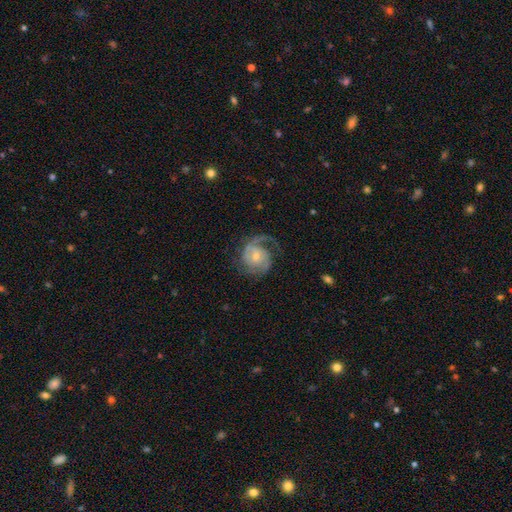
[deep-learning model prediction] Smooth or featured? Predicted: featured or disk (p=0.83). Edge-on disk? Predicted: no (p=0.98). Bar? Predicted: no (p=0.57). Spiral arms? Predicted: yes (p=0.94). Spiral winding? Predicted: medium (p=0.45). Spiral arm count? Predicted: 2 (p=0.58). Bulge size? Predicted: small (p=0.48). Merging? Predicted: none (p=0.59).